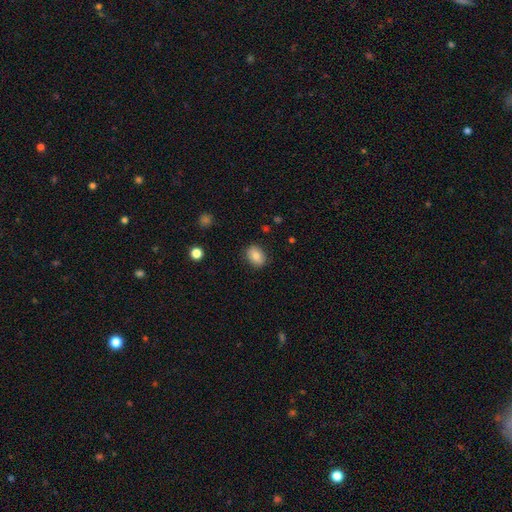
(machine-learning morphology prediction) Q: Smooth or featured?
A: smooth (83%); runner-up: featured or disk (9%)
Q: How rounded?
A: in between (72%); runner-up: round (27%)
Q: Merging?
A: none (86%); runner-up: minor disturbance (11%)